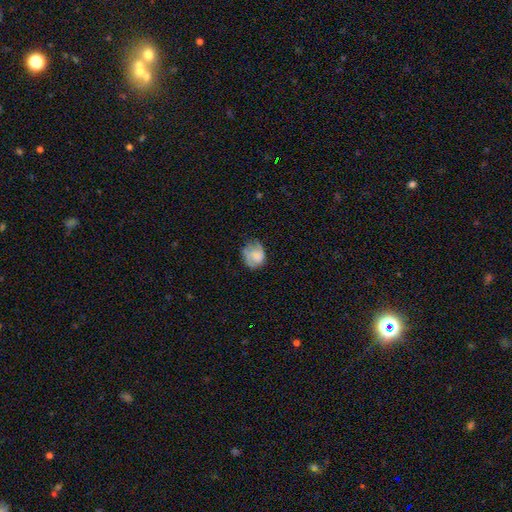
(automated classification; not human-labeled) Smooth or featured: smooth — 65% (featured or disk — 27%)
How rounded: round — 64% (in between — 35%)
Merging: none — 52% (minor disturbance — 31%)